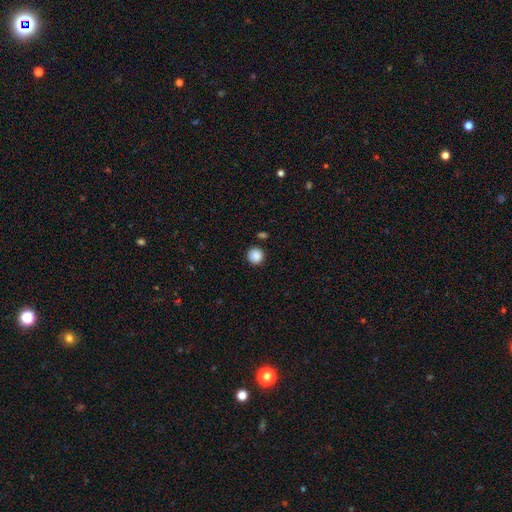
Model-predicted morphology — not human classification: This is clearly a smooth galaxy (88%). How rounded: clearly round (93%). Merging: clearly none (88%).